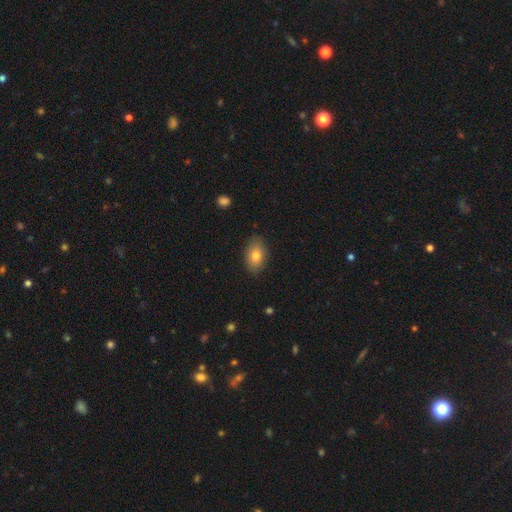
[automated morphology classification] smooth-or-featured: smooth: 80% | featured or disk: 13% | star or artifact: 8%
  how-rounded: in between: 90% | round: 8% | cigar-shaped: 2%
  merging: none: 86% | minor disturbance: 10% | major disturbance: 2% | merger: 1%